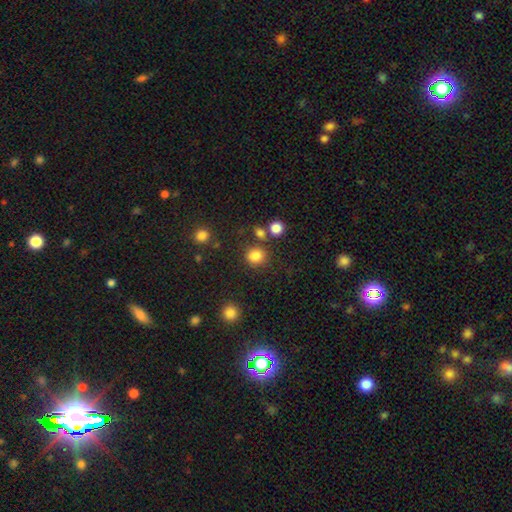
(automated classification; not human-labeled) This is clearly a smooth galaxy (83%). How rounded: likely round (79%). Merging: likely none (76%).